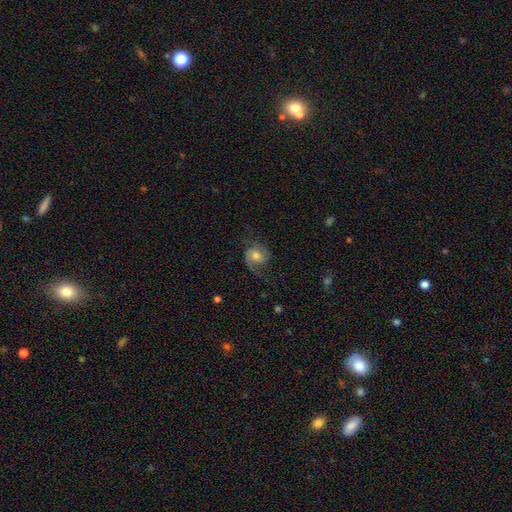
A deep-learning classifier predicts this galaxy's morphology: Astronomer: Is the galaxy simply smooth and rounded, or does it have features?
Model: featured or disk — 72%.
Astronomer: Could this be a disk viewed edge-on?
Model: no — 98%.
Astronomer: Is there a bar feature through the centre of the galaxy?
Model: no — 61%.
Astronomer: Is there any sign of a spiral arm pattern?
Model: yes — 95%.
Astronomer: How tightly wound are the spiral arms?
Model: medium — 47% (runner-up: loose, 36%).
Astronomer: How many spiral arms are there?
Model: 2 — 79%.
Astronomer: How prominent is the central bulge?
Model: moderate — 57%.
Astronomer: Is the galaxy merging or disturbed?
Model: none — 64%.